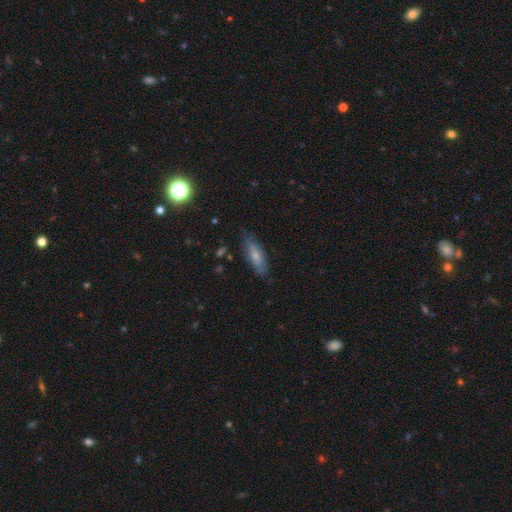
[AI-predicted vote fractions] Smooth or featured? smooth (63%)
How rounded? in between (62%)
Merging? none (74%)